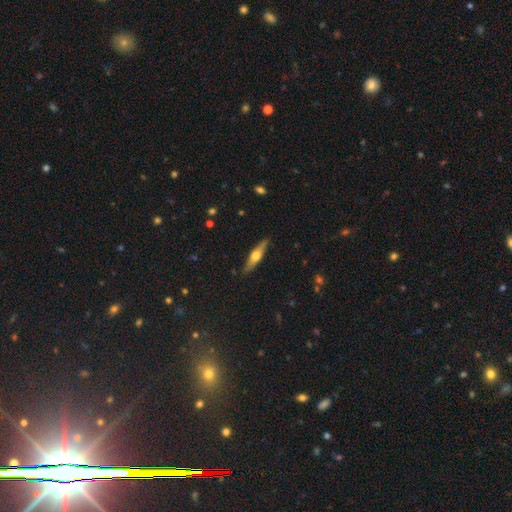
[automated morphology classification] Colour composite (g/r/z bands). It shows a featured or disk galaxy (60%) viewed edge-on (95%) with a rounded central bulge (93%). Merging: none (88%).